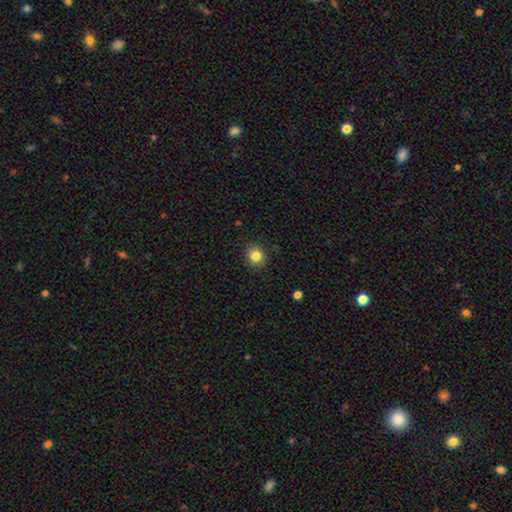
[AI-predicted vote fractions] Morphology: type=smooth (83%); roundness=round (88%); merging=none (90%).